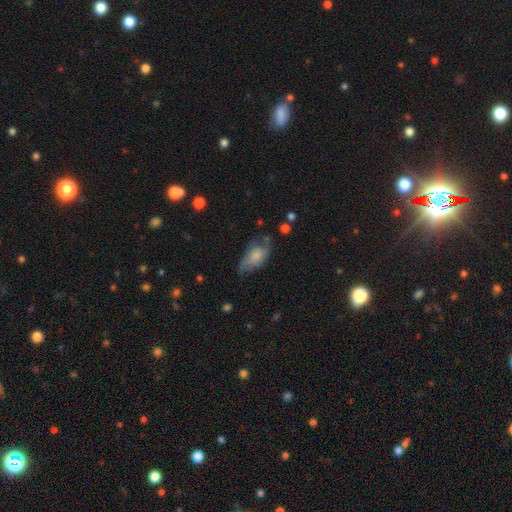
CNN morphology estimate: A smooth galaxy with no disk features (67%) that is in between round and cigar-shaped (89%).

Vote fractions:
- Smooth or featured? smooth: 67% / featured or disk: 25% / star or artifact: 8%
- How rounded? in between: 89% / cigar-shaped: 6% / round: 5%
- Merging? none: 42% / minor disturbance: 36% / major disturbance: 19% / merger: 3%